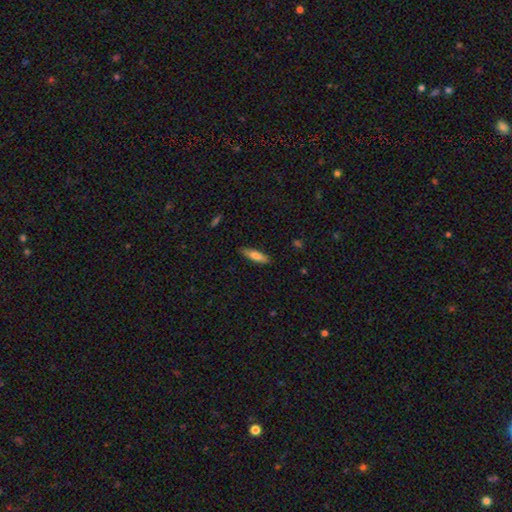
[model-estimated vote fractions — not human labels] Smooth or featured?
  - smooth: 75% *
  - featured or disk: 18%
  - star or artifact: 6%
How rounded?
  - cigar-shaped: 64% *
  - in between: 34%
  - round: 2%
Merging?
  - none: 83% *
  - minor disturbance: 13%
  - major disturbance: 2%
  - merger: 1%